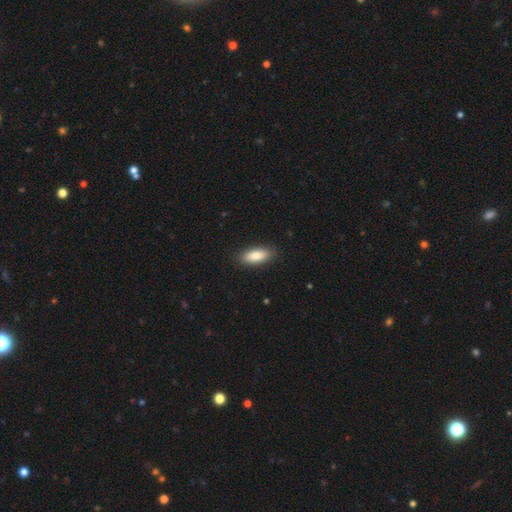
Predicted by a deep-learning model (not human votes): Overall: smooth (85%). How rounded: in between (80%). Merging: none (87%).